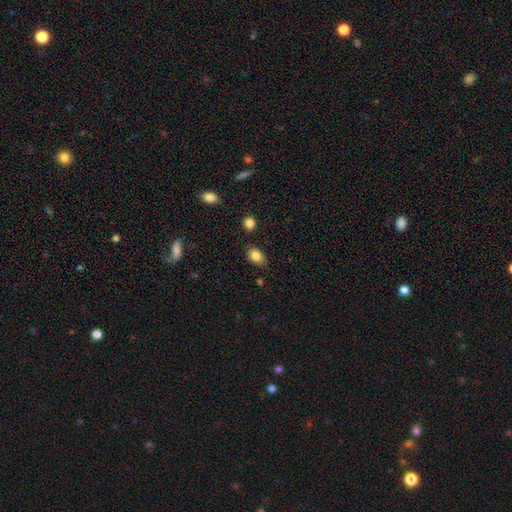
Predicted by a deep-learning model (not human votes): Smooth or featured? Predicted: smooth (p=0.84). How rounded? Predicted: in between (p=0.80). Merging? Predicted: none (p=0.78).